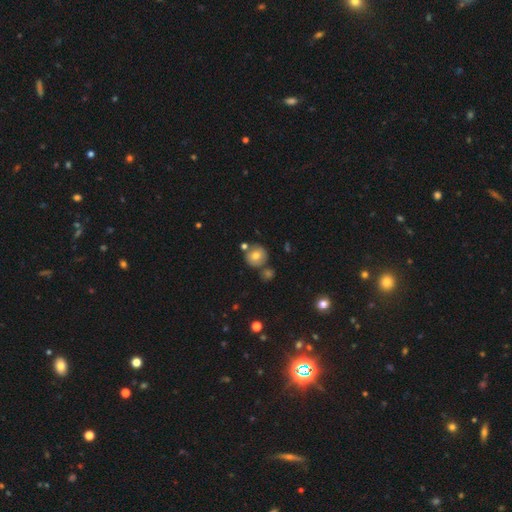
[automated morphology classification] A smooth galaxy with no disk features (71%) that is round (90%). Merging: none (71%).